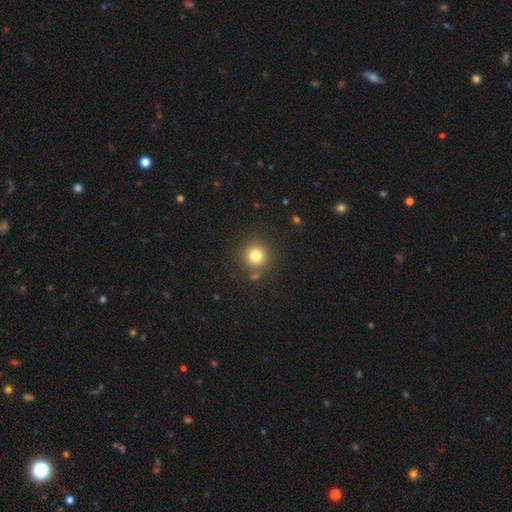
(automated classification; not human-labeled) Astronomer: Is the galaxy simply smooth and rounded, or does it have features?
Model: smooth — 79%.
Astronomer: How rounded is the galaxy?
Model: round — 94%.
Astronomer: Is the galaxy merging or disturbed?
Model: none — 84%.